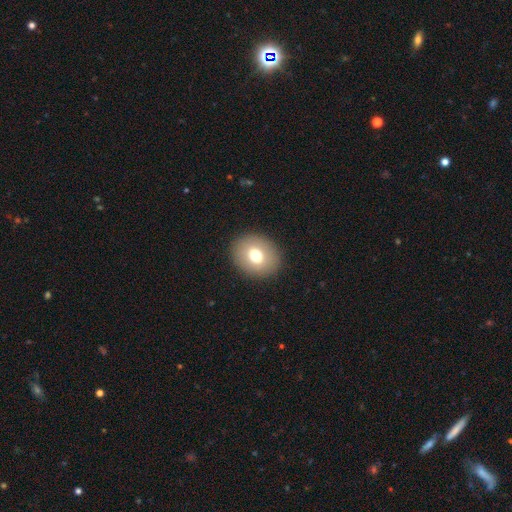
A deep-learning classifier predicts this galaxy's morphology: This appears to be a smooth galaxy with no disk features (73%) that is round (58%). Merging: none (90%).